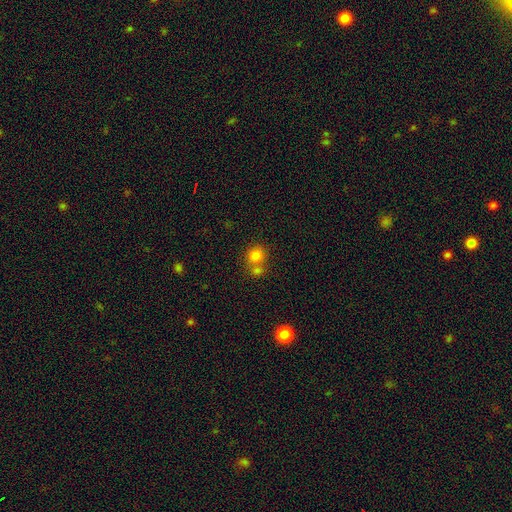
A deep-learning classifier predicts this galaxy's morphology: smooth 79%, star or artifact 13%, featured or disk 8%. Down the decision tree: how rounded — round (80%); merging — none (48%).